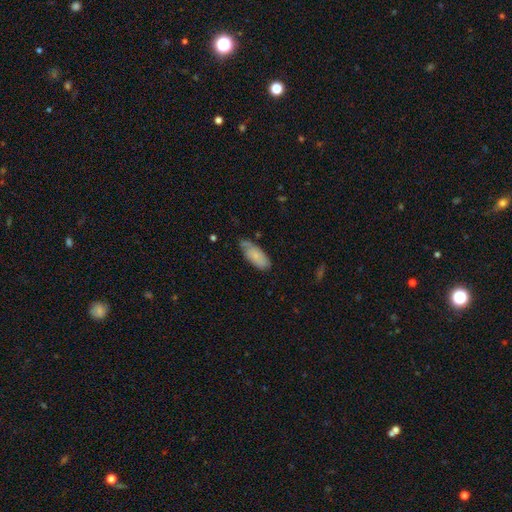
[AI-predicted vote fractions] A smooth galaxy with no disk features (72%) that is in between round and cigar-shaped (85%). Merging: none (56%).